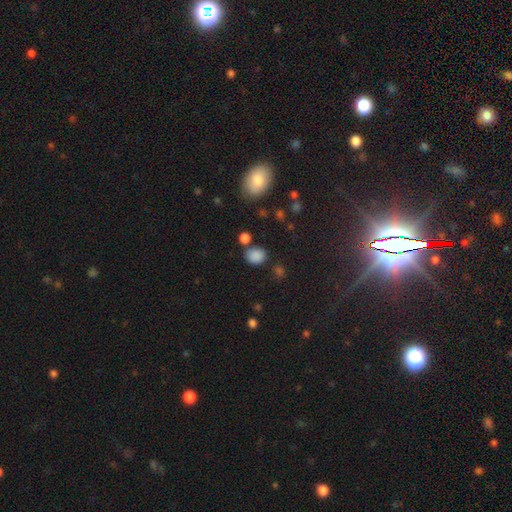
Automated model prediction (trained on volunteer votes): smooth-or-featured: smooth: 83% | star or artifact: 12% | featured or disk: 4%
  how-rounded: round: 54% | in between: 45% | cigar-shaped: 1%
  merging: none: 72% | minor disturbance: 14% | merger: 10% | major disturbance: 4%